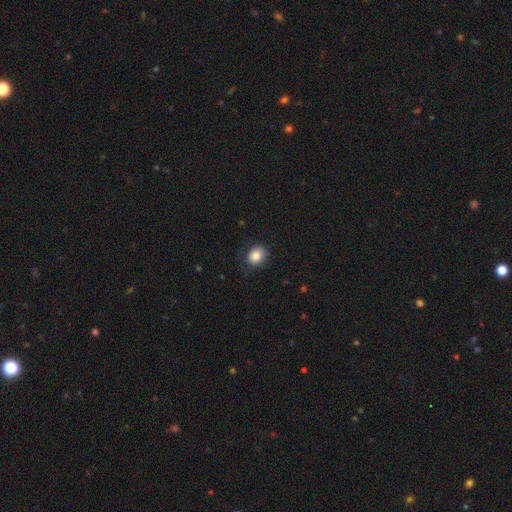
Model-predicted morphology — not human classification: The model was most divided on "how rounded": round: 66%, in between: 33%, cigar-shaped: 1%. More confident: smooth or featured — smooth (84%); merging — none (74%).